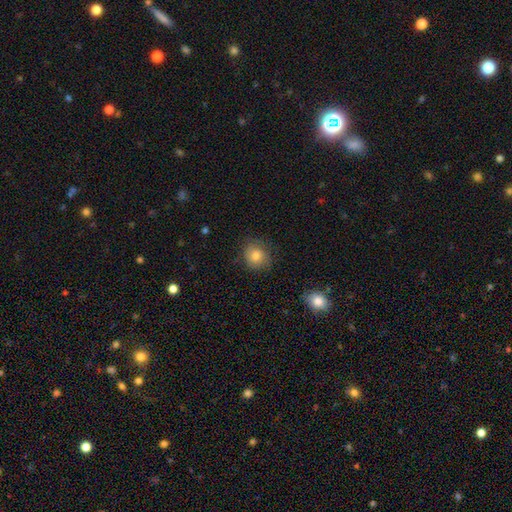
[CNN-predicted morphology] smooth_or_featured: smooth (p=0.82) [alt: star or artifact p=0.09]
how_rounded: round (p=0.77) [alt: in between p=0.22]
merging: none (p=0.79) [alt: minor disturbance p=0.15]